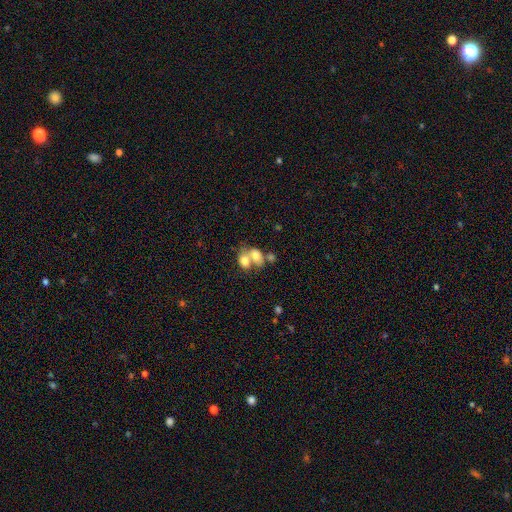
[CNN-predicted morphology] Smooth or featured? smooth (70%)
How rounded? in between (76%)
Merging? merger (70%)